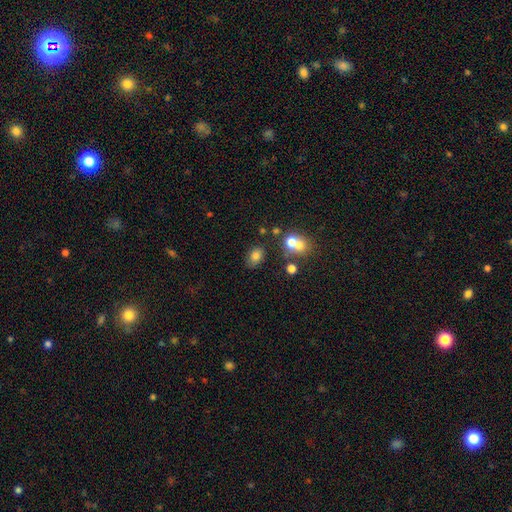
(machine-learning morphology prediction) This appears to be a smooth galaxy with no disk features (77%) that is in between round and cigar-shaped (74%). Merging: none (70%).